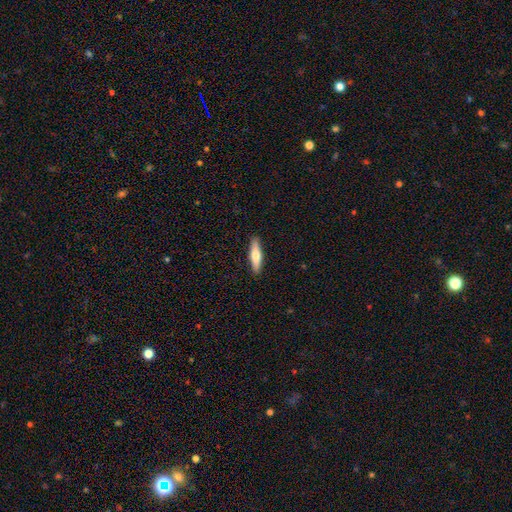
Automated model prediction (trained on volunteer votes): smooth_or_featured: smooth (p=0.60) [alt: featured or disk p=0.34]
how_rounded: cigar-shaped (p=0.75) [alt: in between p=0.23]
merging: none (p=0.90) [alt: minor disturbance p=0.07]